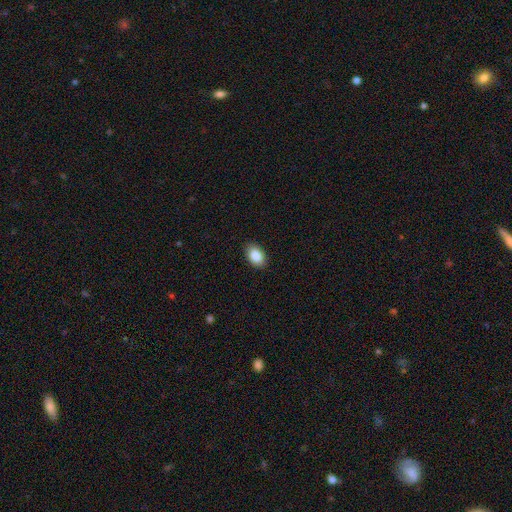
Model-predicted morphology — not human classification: type=smooth (87%); roundness=in between (88%); merging=none (89%).